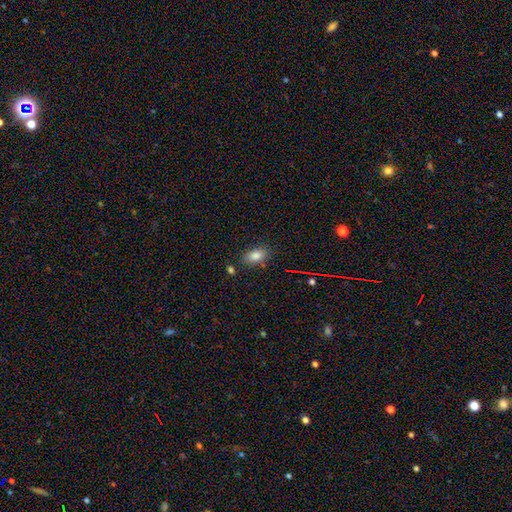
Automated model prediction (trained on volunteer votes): A smooth galaxy with no disk features (82%) that is in between round and cigar-shaped (89%).

Vote fractions:
- Smooth or featured? smooth: 82% / star or artifact: 10% / featured or disk: 8%
- How rounded? in between: 89% / round: 8% / cigar-shaped: 3%
- Merging? none: 77% / minor disturbance: 14% / merger: 5% / major disturbance: 3%